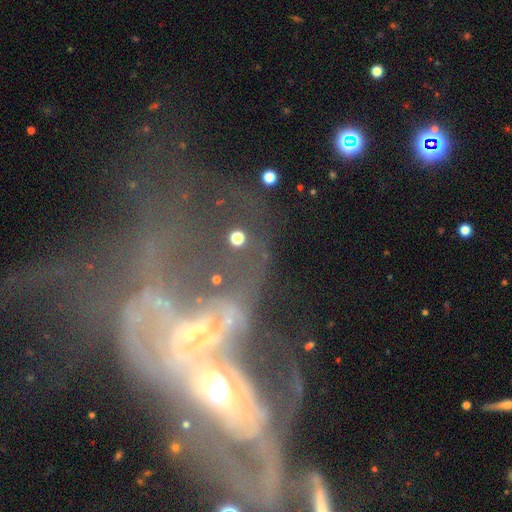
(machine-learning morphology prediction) smooth_or_featured: featured or disk (p=0.67) [alt: star or artifact p=0.19]
disk_edge_on: no (p=0.92) [alt: yes p=0.08]
bar: no (p=0.63) [alt: weak p=0.21]
has_spiral_arms: no (p=0.51) [alt: yes p=0.49]
bulge_size: moderate (p=0.45) [alt: small p=0.30]
merging: merger (p=0.45) [alt: major disturbance p=0.33]